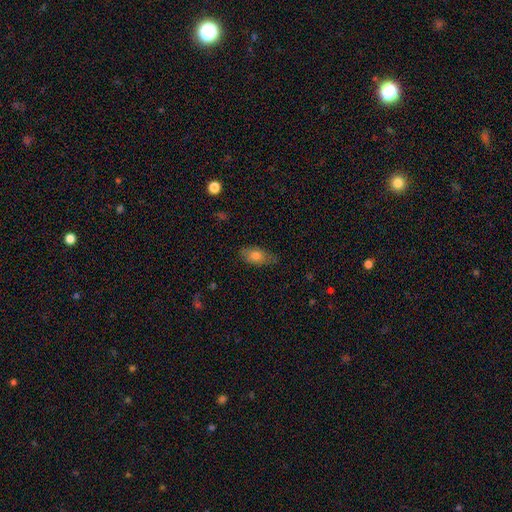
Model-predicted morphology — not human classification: smooth-or-featured: smooth: 76% | featured or disk: 16% | star or artifact: 8%
  how-rounded: in between: 84% | cigar-shaped: 8% | round: 8%
  merging: none: 73% | minor disturbance: 22% | major disturbance: 4% | merger: 1%